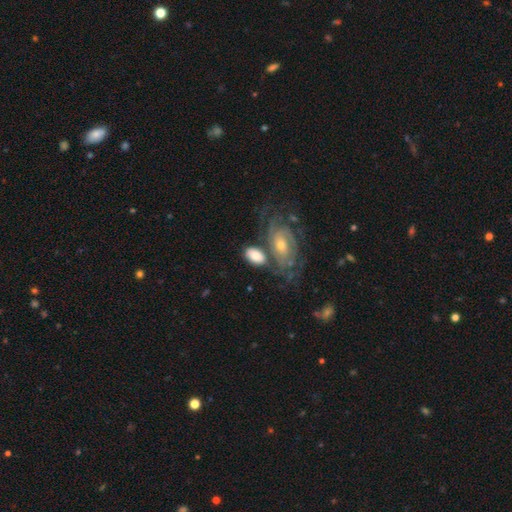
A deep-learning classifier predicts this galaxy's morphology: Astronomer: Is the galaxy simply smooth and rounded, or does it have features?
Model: smooth — 56% (runner-up: featured or disk, 37%).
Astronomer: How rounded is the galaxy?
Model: in between — 89%.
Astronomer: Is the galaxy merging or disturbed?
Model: none — 45% (runner-up: merger, 28%).